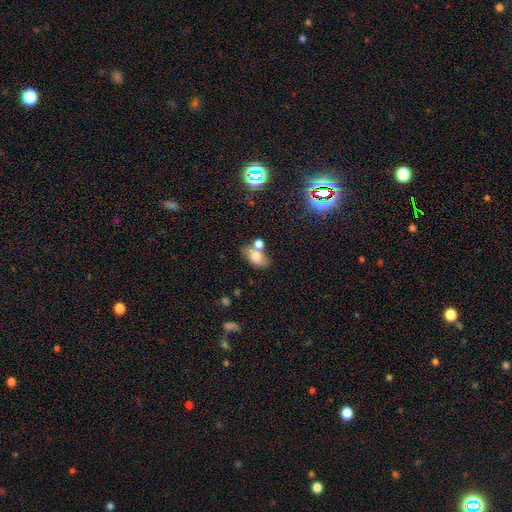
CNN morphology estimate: Smooth or featured?
  - smooth: 72% *
  - featured or disk: 17%
  - star or artifact: 11%
How rounded?
  - in between: 86% *
  - round: 11%
  - cigar-shaped: 3%
Merging?
  - none: 50% *
  - merger: 29%
  - minor disturbance: 16%
  - major disturbance: 6%